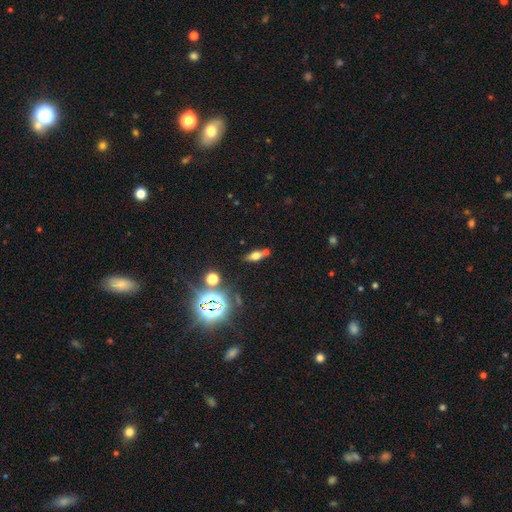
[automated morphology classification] smooth 47%, featured or disk 31%, star or artifact 22%. Down the decision tree: merging — none (64%).